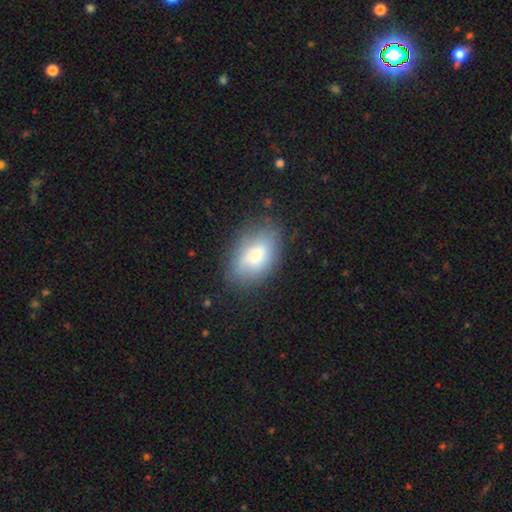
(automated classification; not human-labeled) This is likely a smooth galaxy (72%). How rounded: clearly in between (87%). Merging: likely none (73%).